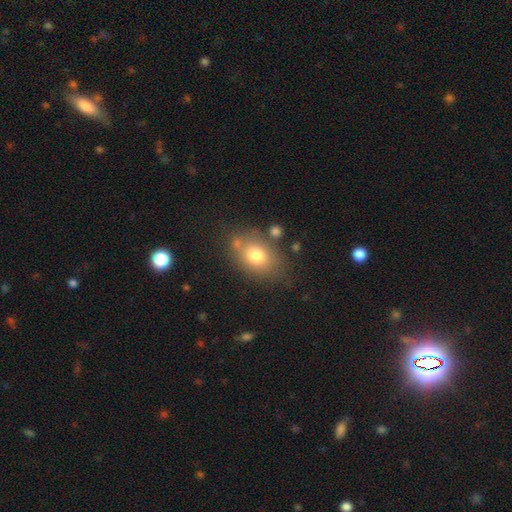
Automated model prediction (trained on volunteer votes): A smooth galaxy with no disk features (75%) that is in between round and cigar-shaped (76%). Merging: none (69%).